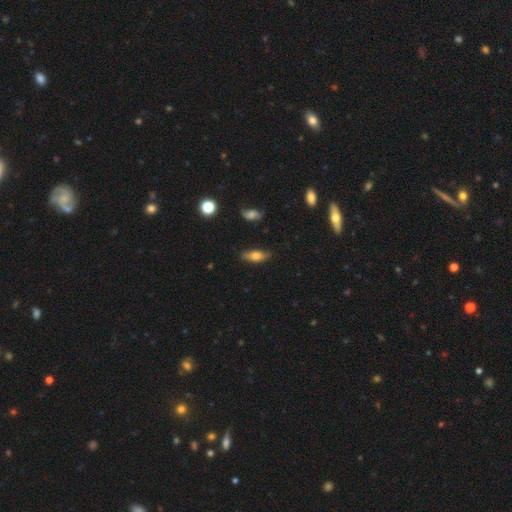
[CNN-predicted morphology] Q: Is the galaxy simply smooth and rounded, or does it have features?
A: smooth — 70%.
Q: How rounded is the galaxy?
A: in between — 71%.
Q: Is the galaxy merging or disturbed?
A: none — 81%.